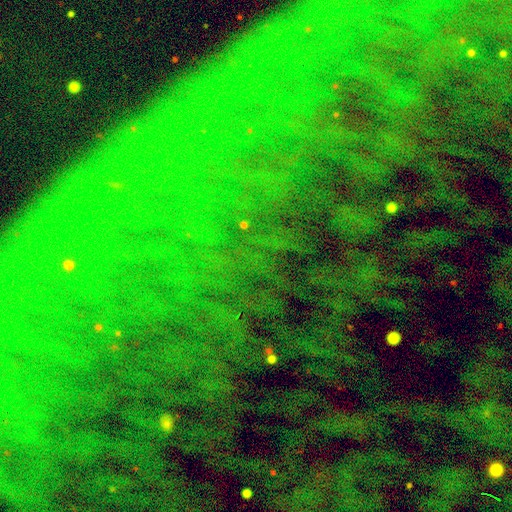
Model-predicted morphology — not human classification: type=star or artifact (82%).